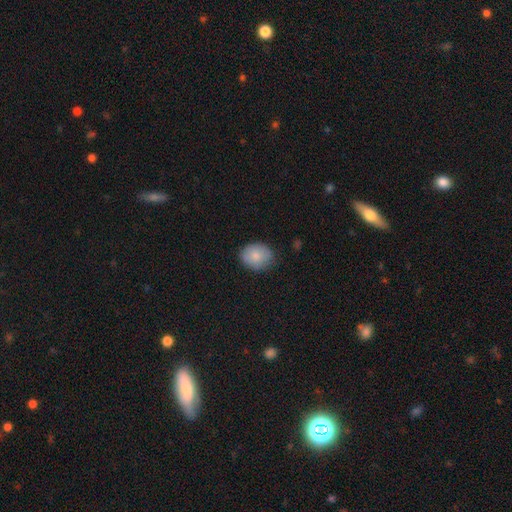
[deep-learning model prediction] smooth-or-featured: smooth: 81% | featured or disk: 12% | star or artifact: 7%
  how-rounded: round: 53% | in between: 46% | cigar-shaped: 1%
  merging: none: 77% | minor disturbance: 19% | major disturbance: 3% | merger: 1%